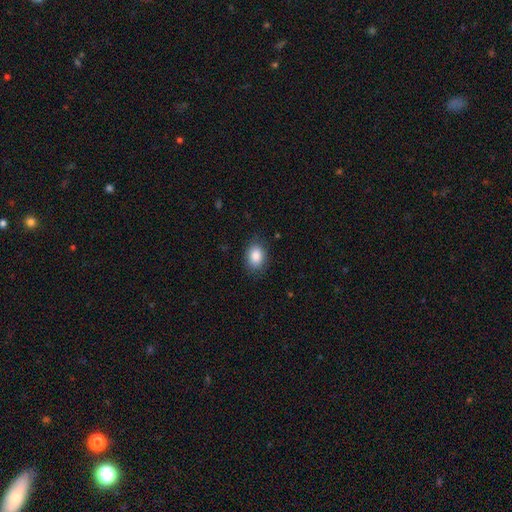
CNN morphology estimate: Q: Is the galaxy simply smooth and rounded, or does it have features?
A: smooth — 87%.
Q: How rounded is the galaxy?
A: in between — 79%.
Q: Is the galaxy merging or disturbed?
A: none — 83%.